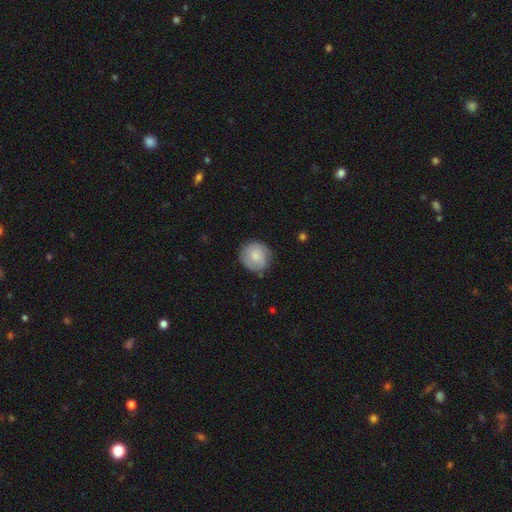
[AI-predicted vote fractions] smooth_or_featured: smooth (p=0.69) [alt: featured or disk p=0.24]
how_rounded: round (p=0.88) [alt: in between p=0.11]
merging: none (p=0.78) [alt: minor disturbance p=0.16]